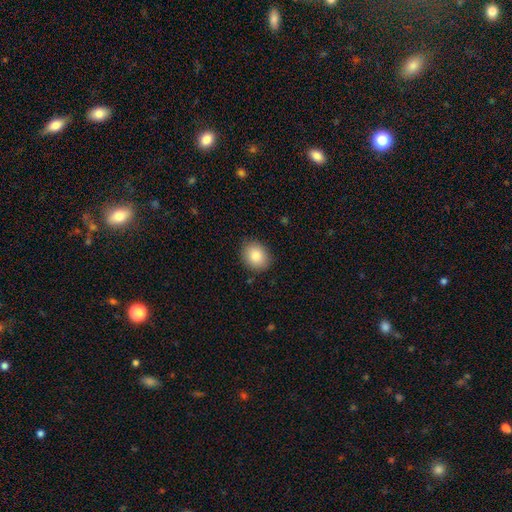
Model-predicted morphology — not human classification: A smooth galaxy with no disk features (85%) that is round (53%). Merging: none (88%).